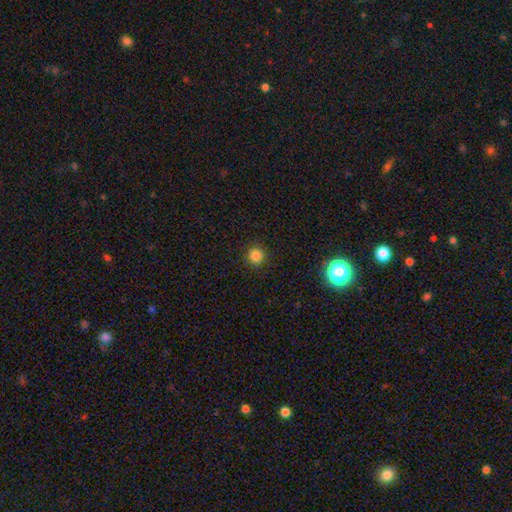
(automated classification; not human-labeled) A smooth galaxy with no disk features (83%) that is round (94%).

Vote fractions:
- Smooth or featured? smooth: 83% / star or artifact: 14% / featured or disk: 4%
- How rounded? round: 94% / in between: 5% / cigar-shaped: 1%
- Merging? none: 91% / minor disturbance: 6% / major disturbance: 2% / merger: 1%